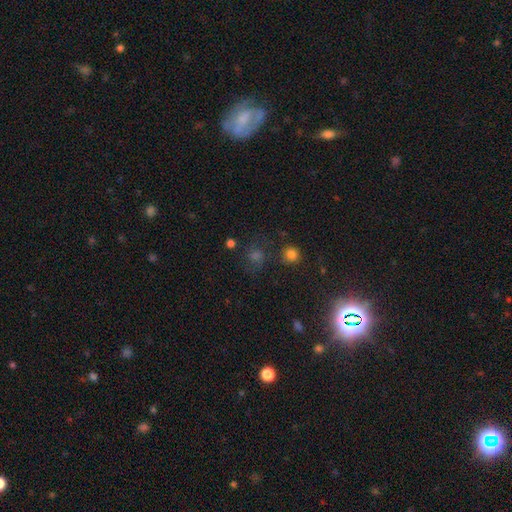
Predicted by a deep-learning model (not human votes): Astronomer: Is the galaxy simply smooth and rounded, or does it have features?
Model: star or artifact — 52% (runner-up: smooth, 36%).